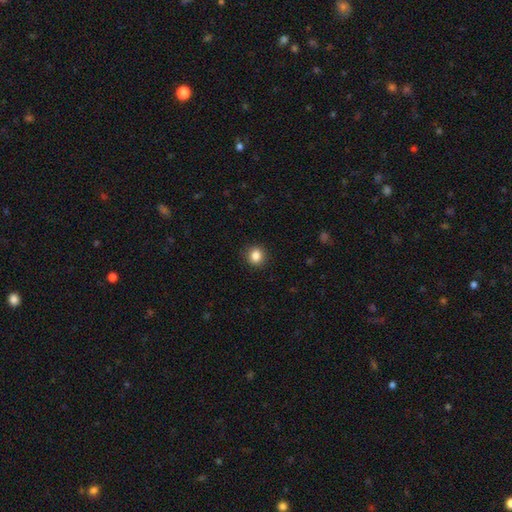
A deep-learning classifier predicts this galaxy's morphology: The model was most divided on "how rounded": round: 79%, in between: 20%, cigar-shaped: 1%. More confident: merging — none (90%); smooth or featured — smooth (85%).